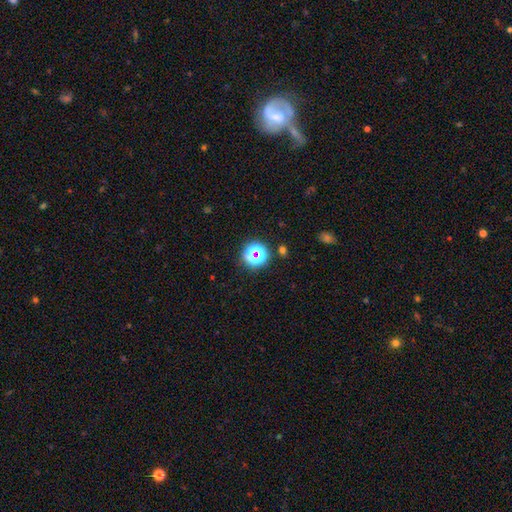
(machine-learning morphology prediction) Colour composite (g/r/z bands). It shows a star or artifact, not a galaxy (57%).